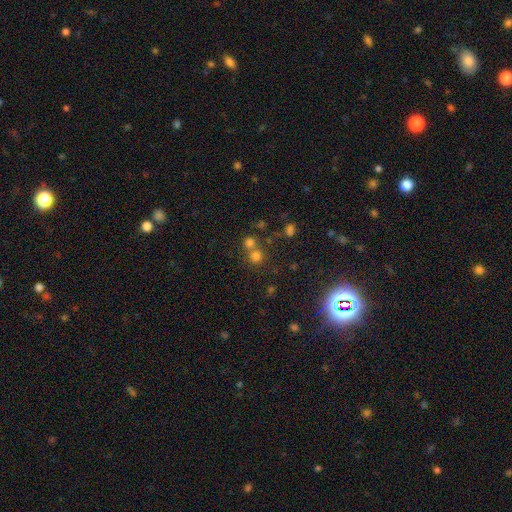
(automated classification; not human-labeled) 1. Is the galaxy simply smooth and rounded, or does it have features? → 70% smooth, 21% star or artifact, 9% featured or disk.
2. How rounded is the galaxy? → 89% round, 10% in between, 1% cigar-shaped.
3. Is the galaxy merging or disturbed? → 54% none, 36% merger, 6% minor disturbance, 3% major disturbance.